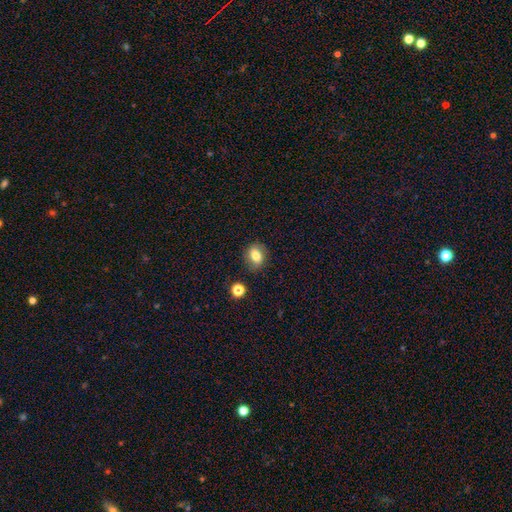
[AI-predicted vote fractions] A smooth galaxy with no disk features (73%) that is round (50%).

Vote fractions:
- Smooth or featured? smooth: 73% / featured or disk: 17% / star or artifact: 10%
- How rounded? round: 50% / in between: 49% / cigar-shaped: 1%
- Merging? none: 81% / minor disturbance: 13% / major disturbance: 4% / merger: 2%